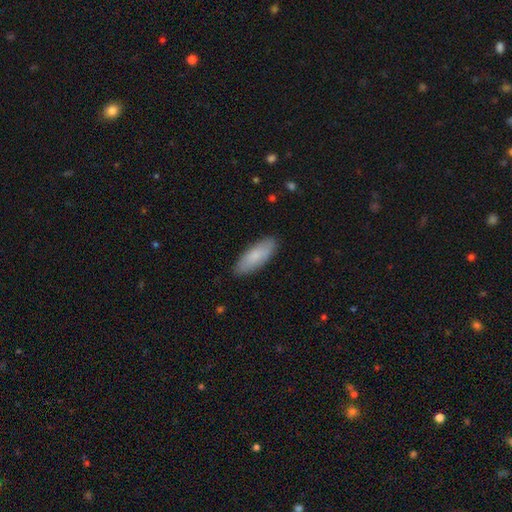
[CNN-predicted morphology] Smooth or featured?
  - smooth: 81% *
  - featured or disk: 14%
  - star or artifact: 6%
How rounded?
  - in between: 68% *
  - cigar-shaped: 30%
  - round: 2%
Merging?
  - none: 87% *
  - minor disturbance: 10%
  - major disturbance: 2%
  - merger: 1%